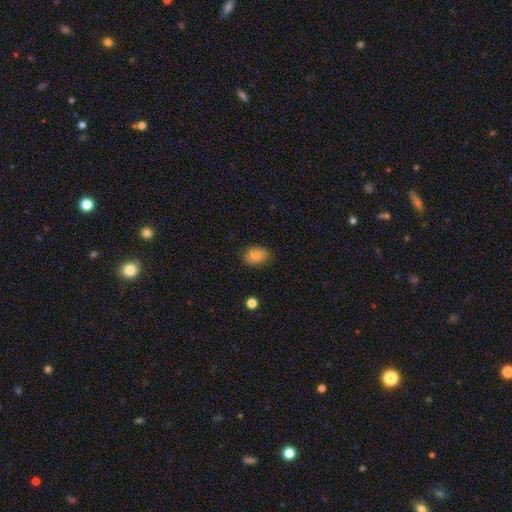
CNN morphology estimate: The model was most divided on "how rounded": in between: 73%, round: 26%, cigar-shaped: 1%. More confident: smooth or featured — smooth (83%); merging — none (81%).